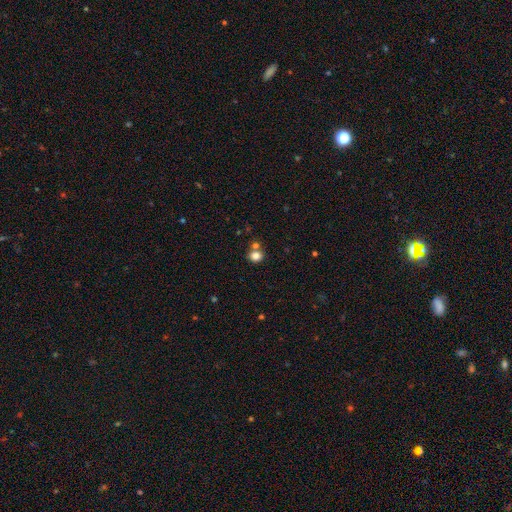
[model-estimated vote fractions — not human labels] Smooth or featured? Predicted: smooth (p=0.80). How rounded? Predicted: round (p=0.76). Merging? Predicted: none (p=0.62).